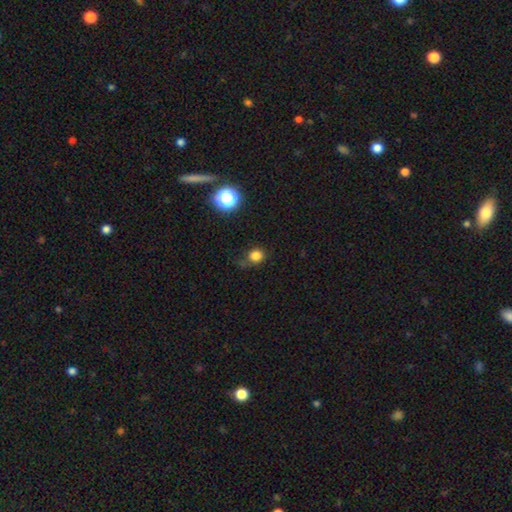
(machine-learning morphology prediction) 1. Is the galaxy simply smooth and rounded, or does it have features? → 80% smooth, 16% star or artifact, 5% featured or disk.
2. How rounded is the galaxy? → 80% round, 19% in between, 1% cigar-shaped.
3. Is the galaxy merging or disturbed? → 68% none, 21% minor disturbance, 7% major disturbance, 4% merger.